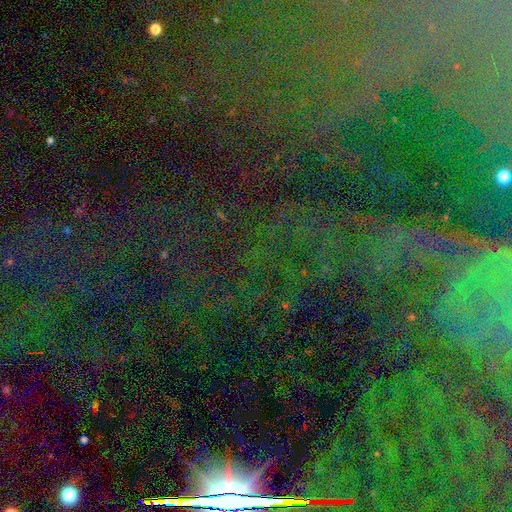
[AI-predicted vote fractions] Morphology: type=star or artifact (79%).